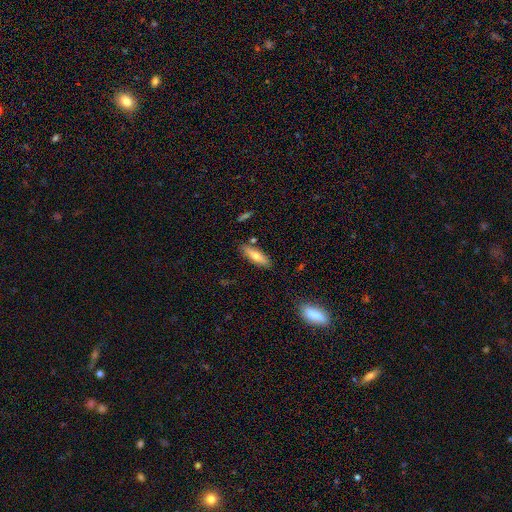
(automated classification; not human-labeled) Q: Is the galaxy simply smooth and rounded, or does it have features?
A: smooth — 68%.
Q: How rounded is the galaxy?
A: cigar-shaped — 52%.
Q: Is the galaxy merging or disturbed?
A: none — 83%.